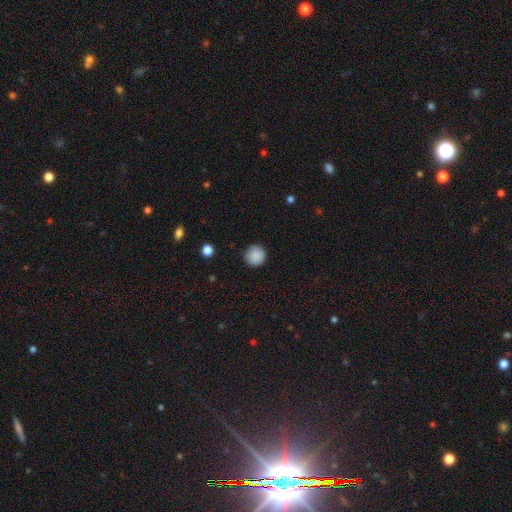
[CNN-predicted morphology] A smooth galaxy with no disk features (88%) that is round (95%).

Vote fractions:
- Smooth or featured? smooth: 88% / star or artifact: 9% / featured or disk: 3%
- How rounded? round: 95% / in between: 4% / cigar-shaped: 1%
- Merging? none: 88% / minor disturbance: 8% / major disturbance: 2% / merger: 1%